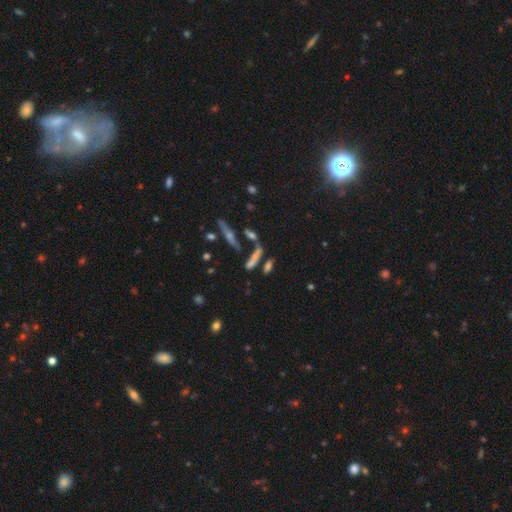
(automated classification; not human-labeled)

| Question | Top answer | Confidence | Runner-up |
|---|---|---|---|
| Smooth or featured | smooth | 48% | featured or disk (35%) |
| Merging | none | 59% | merger (22%) |